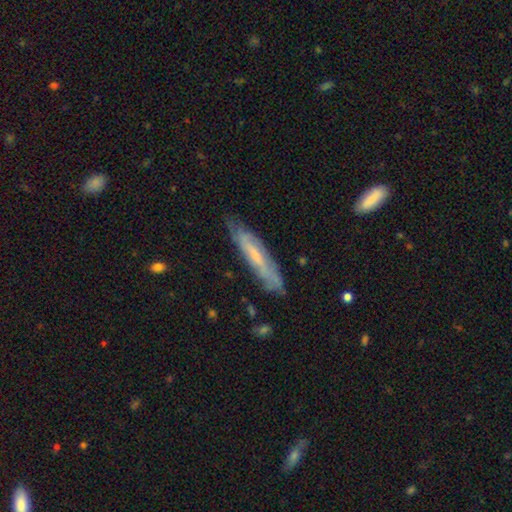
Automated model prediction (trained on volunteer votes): Smooth or featured?
  - featured or disk: 55% *
  - smooth: 39%
  - star or artifact: 7%
Edge-on disk?
  - yes: 59% *
  - no: 41%
Merging?
  - none: 75% *
  - minor disturbance: 19%
  - major disturbance: 4%
  - merger: 2%